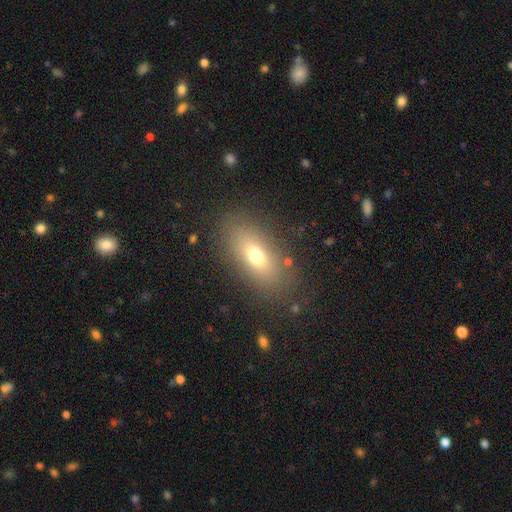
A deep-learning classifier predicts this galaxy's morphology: This is likely a smooth galaxy (68%). How rounded: clearly in between (80%). Merging: clearly none (83%).